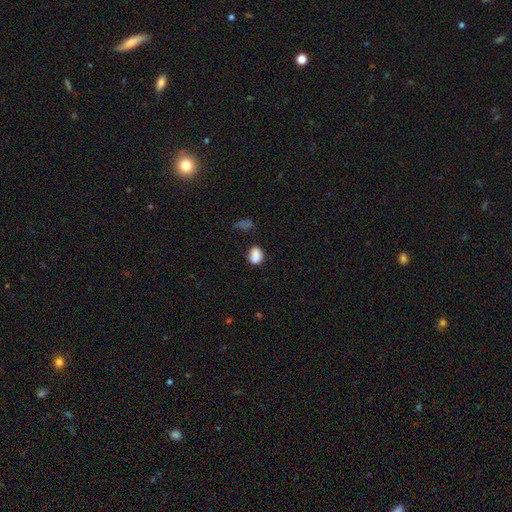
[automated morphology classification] Smooth or featured? smooth (83%)
How rounded? in between (62%)
Merging? none (56%)